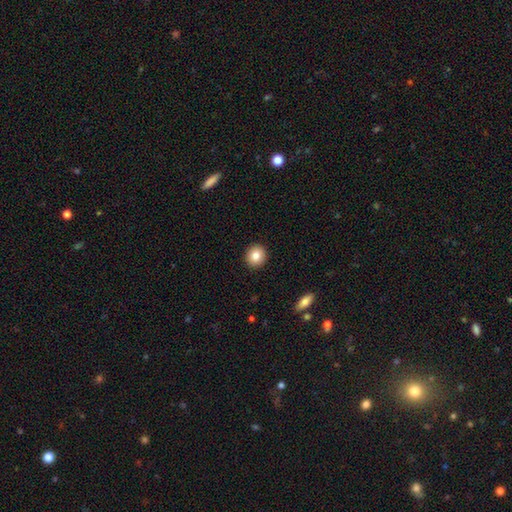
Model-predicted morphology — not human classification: Overall: smooth (83%). How rounded: round (89%). Merging: none (93%).